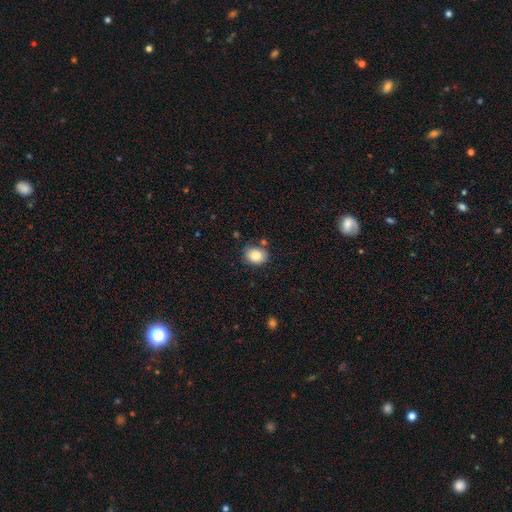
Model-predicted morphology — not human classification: Smooth or featured: smooth — 87% (star or artifact — 8%)
How rounded: round — 52% (in between — 47%)
Merging: none — 75% (minor disturbance — 16%)